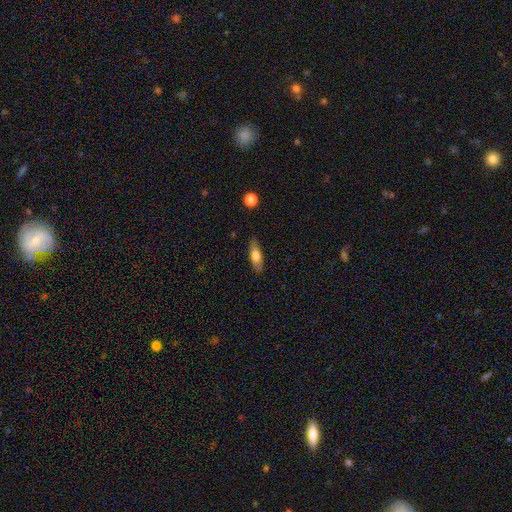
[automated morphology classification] Smooth or featured? smooth (65%)
How rounded? in between (54%)
Merging? none (81%)